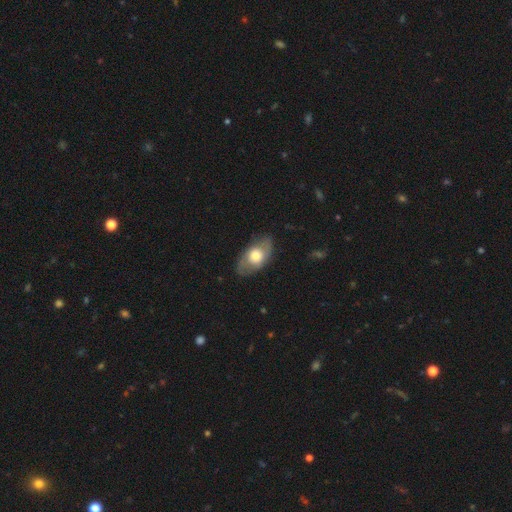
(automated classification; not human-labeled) Smooth or featured? Predicted: smooth (p=0.52). How rounded? Predicted: in between (p=0.86). Merging? Predicted: none (p=0.76).